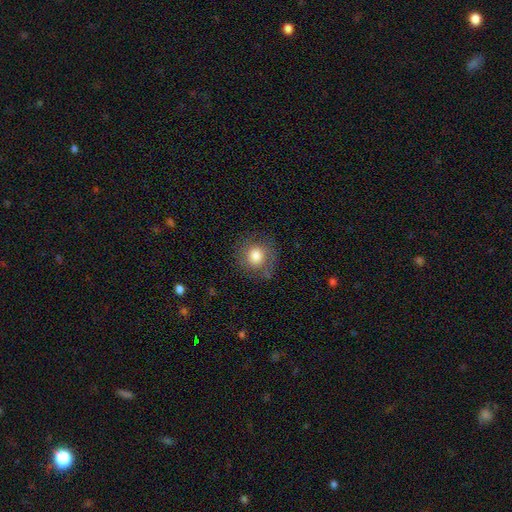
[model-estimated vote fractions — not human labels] Morphology: type=smooth (78%); roundness=round (88%); merging=none (79%).